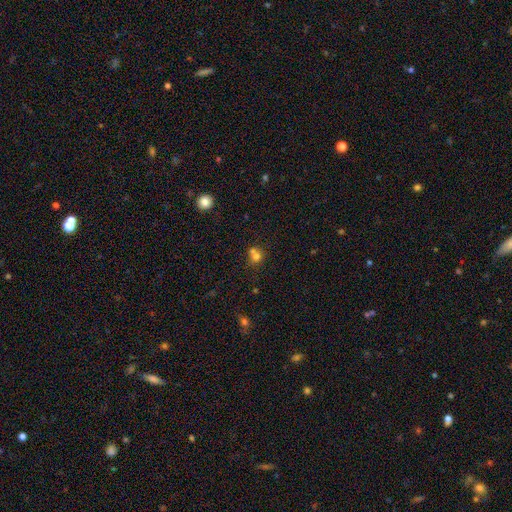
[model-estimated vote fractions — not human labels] Smooth or featured? smooth (71%)
How rounded? round (81%)
Merging? merger (49%)